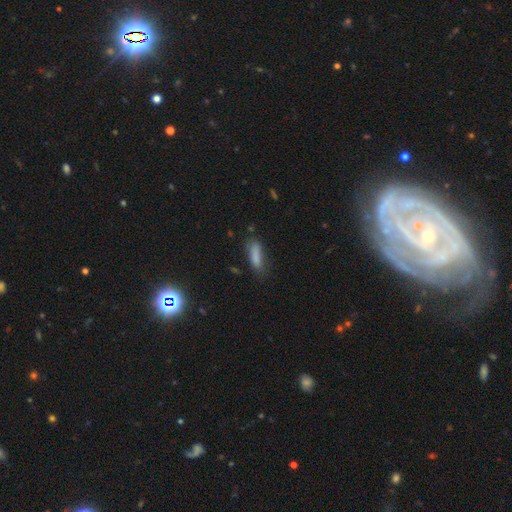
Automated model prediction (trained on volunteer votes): Smooth or featured? Predicted: smooth (p=0.82). How rounded? Predicted: in between (p=0.51). Merging? Predicted: none (p=0.60).